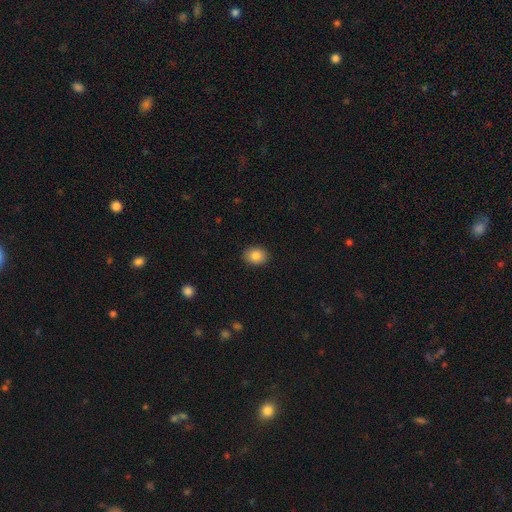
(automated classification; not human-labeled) smooth_or_featured: smooth (p=0.85) [alt: star or artifact p=0.09]
how_rounded: in between (p=0.53) [alt: round p=0.46]
merging: none (p=0.90) [alt: minor disturbance p=0.07]